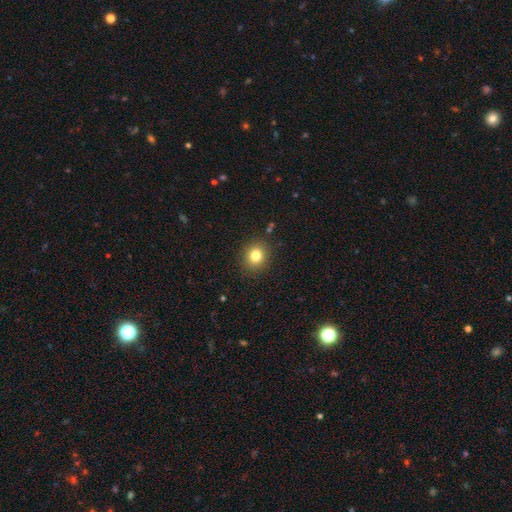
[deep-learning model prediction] smooth_or_featured: smooth (p=0.80) [alt: star or artifact p=0.12]
how_rounded: round (p=0.79) [alt: in between p=0.20]
merging: none (p=0.88) [alt: minor disturbance p=0.08]